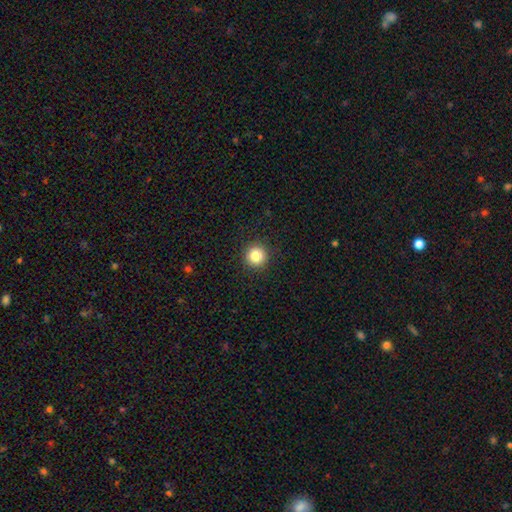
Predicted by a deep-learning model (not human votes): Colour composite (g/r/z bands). It shows a smooth galaxy with no disk features (83%) that is round (95%). Merging: none (92%).